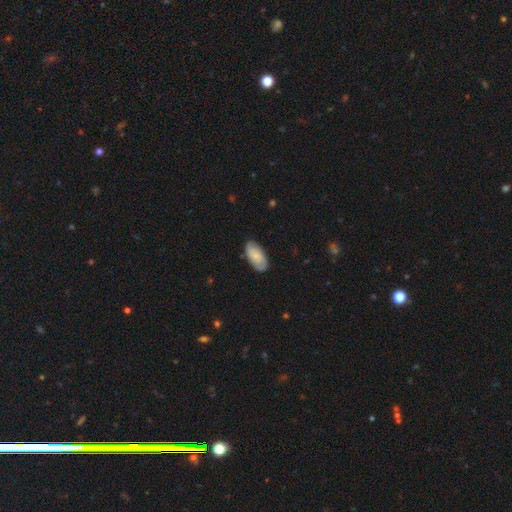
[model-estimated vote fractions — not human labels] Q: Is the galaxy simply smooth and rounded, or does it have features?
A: smooth — 64%.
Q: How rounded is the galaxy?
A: in between — 94%.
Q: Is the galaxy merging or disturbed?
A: none — 81%.